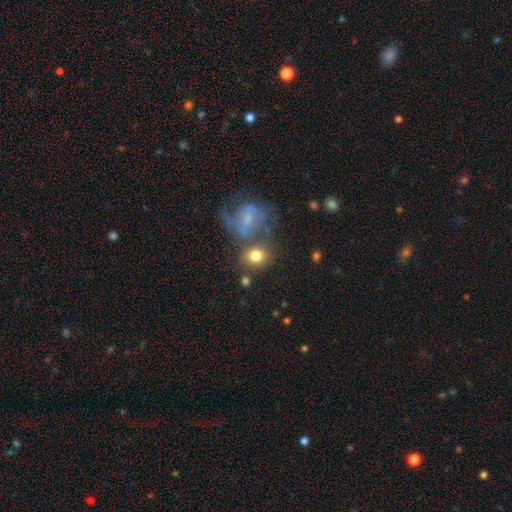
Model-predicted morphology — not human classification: Smooth or featured?
  - smooth: 76% *
  - featured or disk: 15%
  - star or artifact: 9%
How rounded?
  - round: 70% *
  - in between: 29%
  - cigar-shaped: 1%
Merging?
  - none: 54% *
  - merger: 25%
  - minor disturbance: 13%
  - major disturbance: 8%